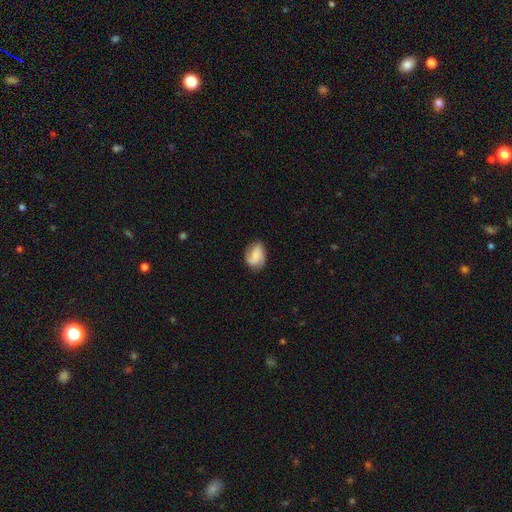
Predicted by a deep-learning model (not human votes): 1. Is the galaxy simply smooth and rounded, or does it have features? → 51% smooth, 40% featured or disk, 8% star or artifact.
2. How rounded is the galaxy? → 76% in between, 22% round, 2% cigar-shaped.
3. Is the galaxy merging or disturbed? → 70% none, 21% minor disturbance, 7% major disturbance, 2% merger.